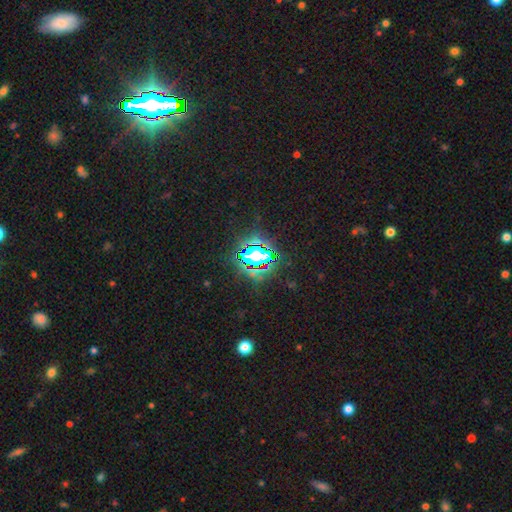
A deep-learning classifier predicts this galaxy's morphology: A star or artifact, not a galaxy (77%).